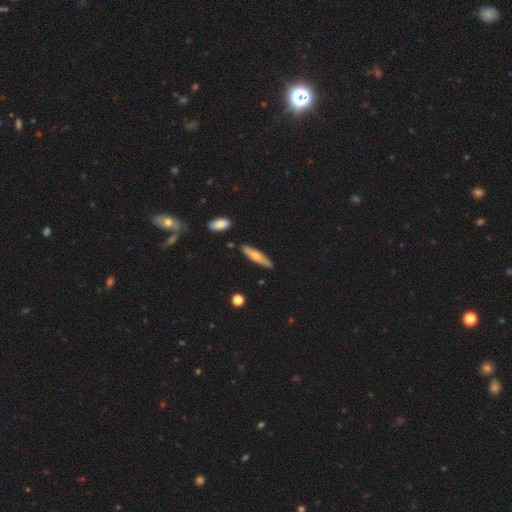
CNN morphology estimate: A smooth galaxy with no disk features (53%) that is cigar-shaped (80%). Merging: none (84%).